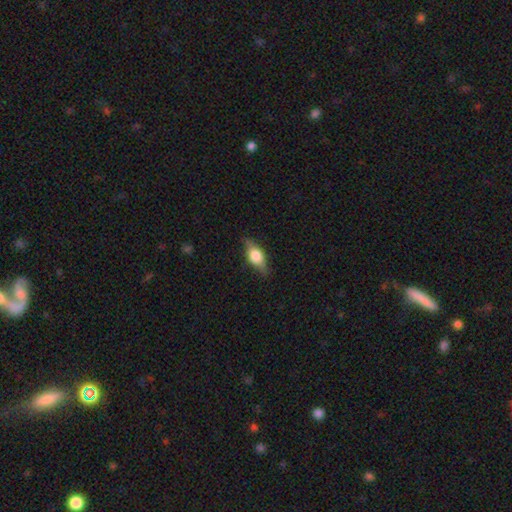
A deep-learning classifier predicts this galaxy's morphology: smooth 54%, featured or disk 38%, star or artifact 7%. Down the decision tree: how rounded — in between (74%); merging — none (78%).